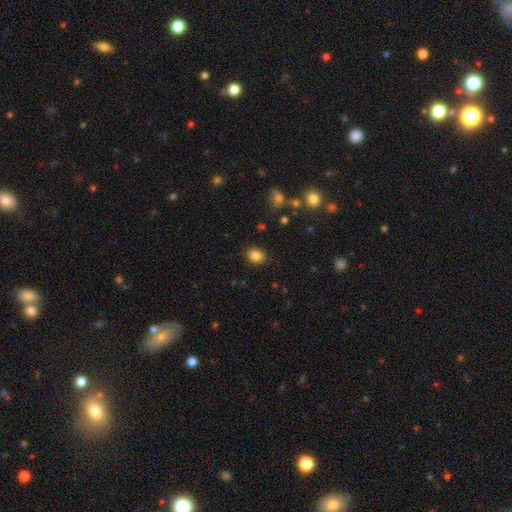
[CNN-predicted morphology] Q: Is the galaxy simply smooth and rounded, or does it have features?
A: smooth — 84%.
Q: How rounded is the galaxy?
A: round — 51%.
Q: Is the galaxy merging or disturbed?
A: none — 88%.